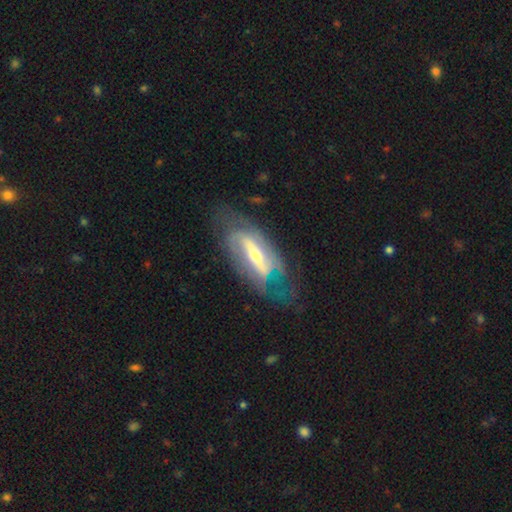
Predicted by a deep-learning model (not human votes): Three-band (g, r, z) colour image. It shows a featured or disk galaxy (81%) with a strong bar (57%), 2 (63%) medium (40%) spiral arms (79%) and a moderate central bulge (53%). Merging: none (68%).